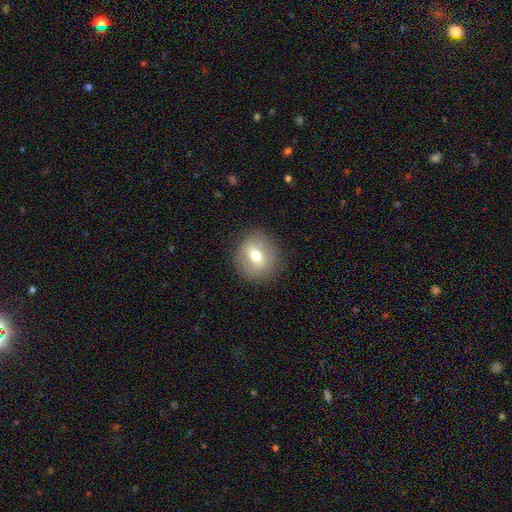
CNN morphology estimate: Smooth or featured? smooth (52%)
How rounded? round (76%)
Merging? none (86%)